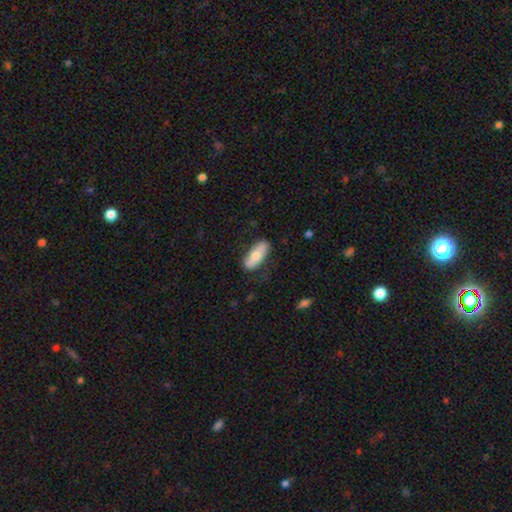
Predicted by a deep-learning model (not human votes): Overall: smooth (65%; featured or disk 30%). How rounded: in between (73%). Merging: none (76%).